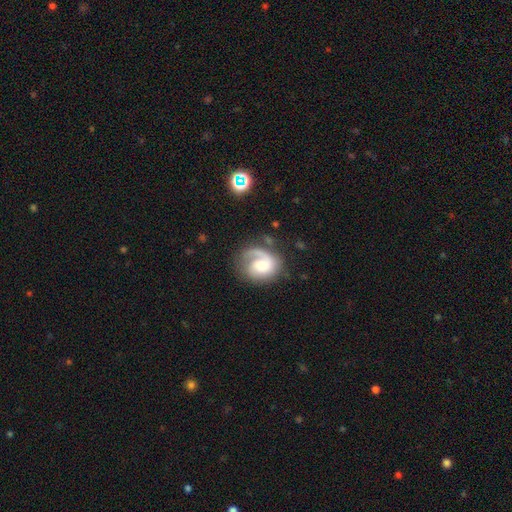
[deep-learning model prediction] The model was most divided on "spiral winding" (2-way tie): medium: 38%, tight: 38%, loose: 24%. Remaining: edge-on disk — no (98%); spiral arms — yes (93%); spiral arm count — 1 (80%); smooth or featured — featured or disk (70%); bar — no (65%); merging — none (60%); bulge size — moderate (42%).